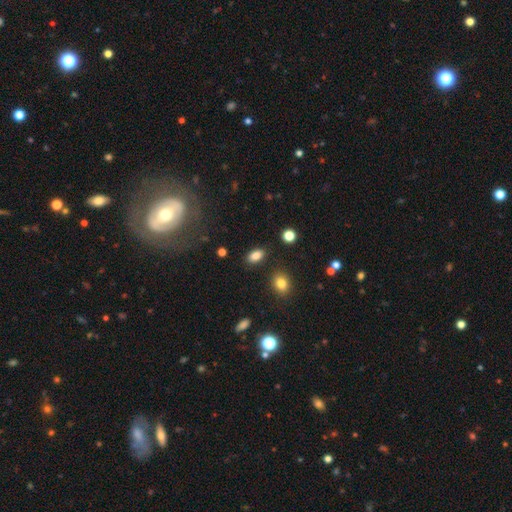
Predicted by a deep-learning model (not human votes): This appears to be a smooth galaxy with no disk features (86%) that is in between round and cigar-shaped (90%). Merging: none (87%).